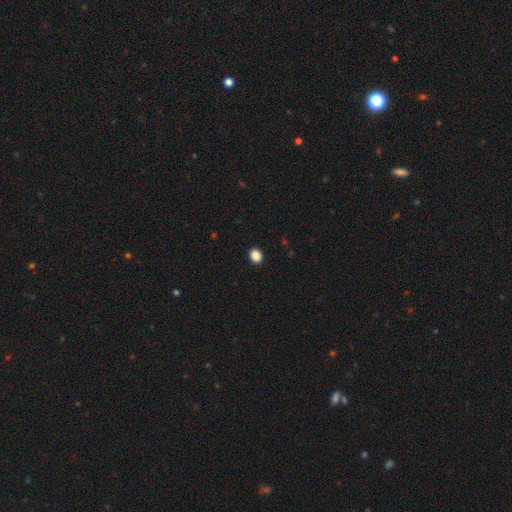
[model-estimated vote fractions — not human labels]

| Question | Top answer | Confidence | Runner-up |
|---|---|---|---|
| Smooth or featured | smooth | 87% | star or artifact (10%) |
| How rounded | round | 66% | in between (33%) |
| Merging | none | 93% | minor disturbance (5%) |